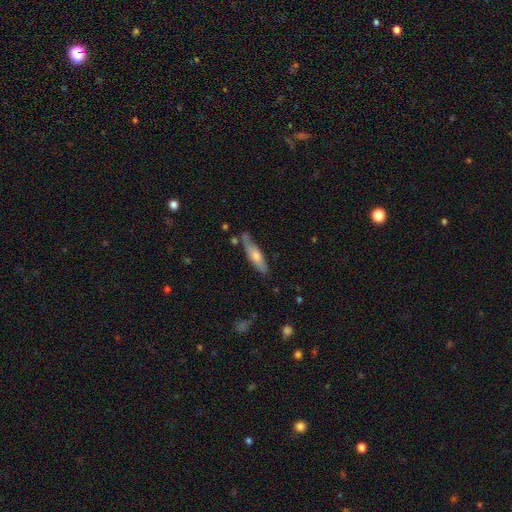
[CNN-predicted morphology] Smooth or featured: smooth — 57% (featured or disk — 37%)
How rounded: cigar-shaped — 68% (in between — 30%)
Merging: none — 70% (minor disturbance — 21%)